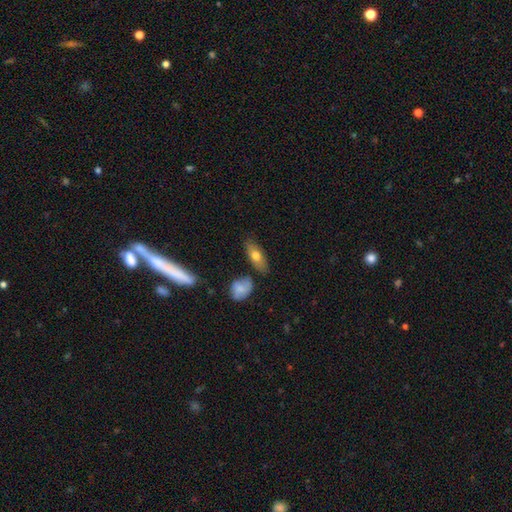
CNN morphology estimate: This is likely a smooth galaxy (69%). How rounded: likely in between (77%). Merging: likely none (74%).